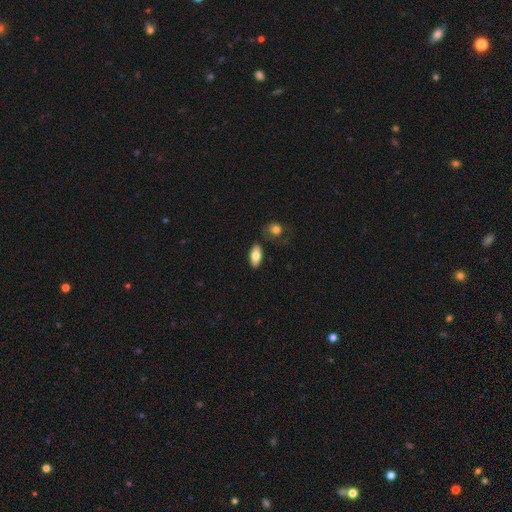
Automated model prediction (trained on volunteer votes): Smooth or featured? Predicted: smooth (p=0.76). How rounded? Predicted: in between (p=0.88). Merging? Predicted: none (p=0.82).